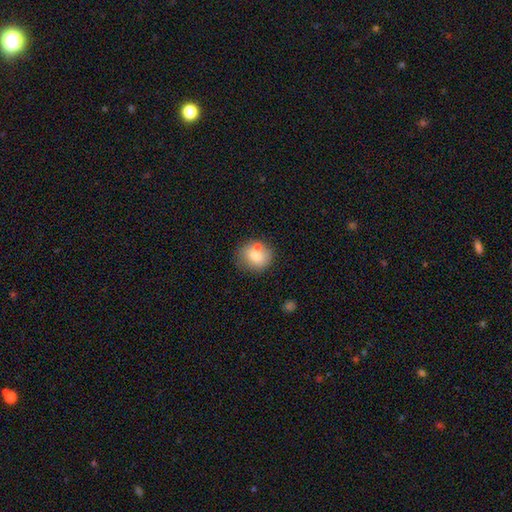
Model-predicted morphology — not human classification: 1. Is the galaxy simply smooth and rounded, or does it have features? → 74% smooth, 17% featured or disk, 9% star or artifact.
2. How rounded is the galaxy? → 79% round, 20% in between, 1% cigar-shaped.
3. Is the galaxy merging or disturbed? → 65% none, 16% merger, 15% minor disturbance, 4% major disturbance.